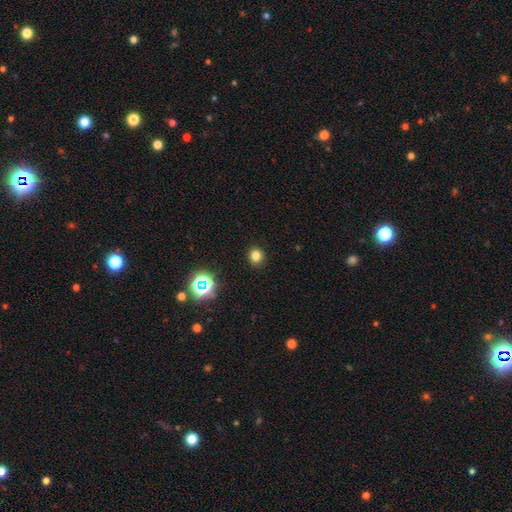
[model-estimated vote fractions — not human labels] smooth-or-featured: smooth: 77% | star or artifact: 18% | featured or disk: 5%
  how-rounded: round: 81% | in between: 18% | cigar-shaped: 1%
  merging: none: 91% | minor disturbance: 6% | major disturbance: 2% | merger: 1%